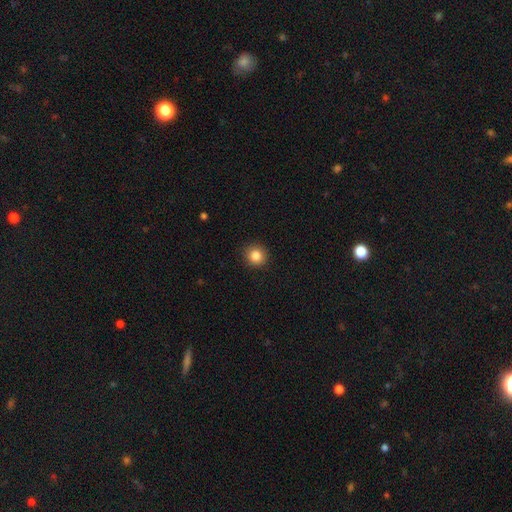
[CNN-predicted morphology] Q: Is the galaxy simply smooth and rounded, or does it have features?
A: smooth — 85%.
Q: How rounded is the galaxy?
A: round — 91%.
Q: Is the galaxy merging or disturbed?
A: none — 92%.